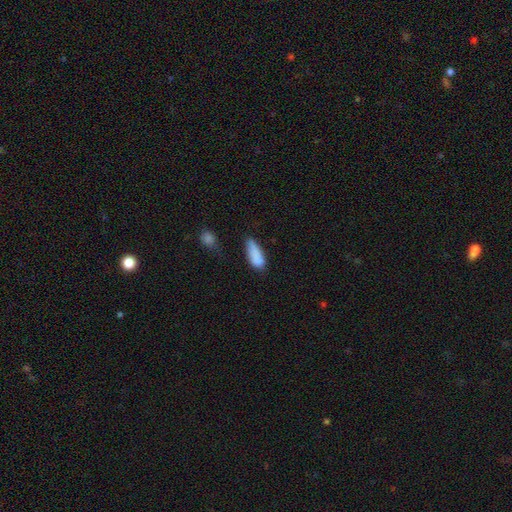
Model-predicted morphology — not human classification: smooth 85%, featured or disk 8%, star or artifact 7%. Down the decision tree: how rounded — in between (74%); merging — none (44%).